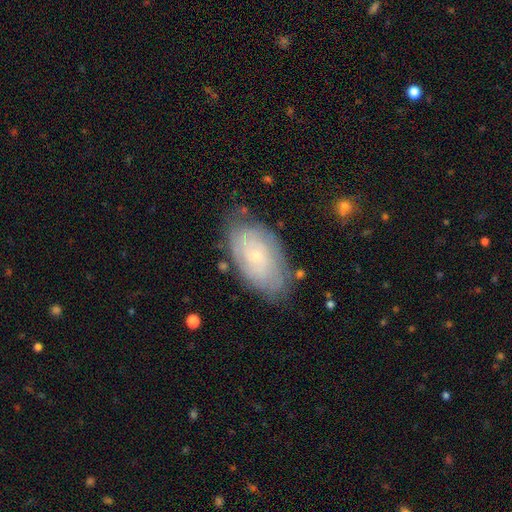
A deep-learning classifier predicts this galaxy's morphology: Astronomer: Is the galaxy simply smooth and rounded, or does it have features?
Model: featured or disk — 71%.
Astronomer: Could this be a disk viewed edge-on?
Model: no — 95%.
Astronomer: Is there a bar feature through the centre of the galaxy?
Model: no — 75%.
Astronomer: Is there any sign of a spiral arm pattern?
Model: yes — 90%.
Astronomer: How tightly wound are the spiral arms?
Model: tight — 75%.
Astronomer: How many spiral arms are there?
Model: can't tell — 52%.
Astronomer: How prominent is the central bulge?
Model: small — 82%.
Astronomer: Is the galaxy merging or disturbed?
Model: none — 73%.